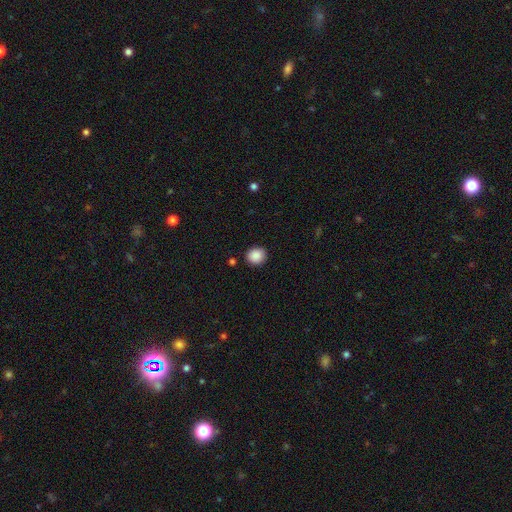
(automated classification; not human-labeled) Morphology: type=smooth (88%); roundness=round (82%); merging=none (89%).